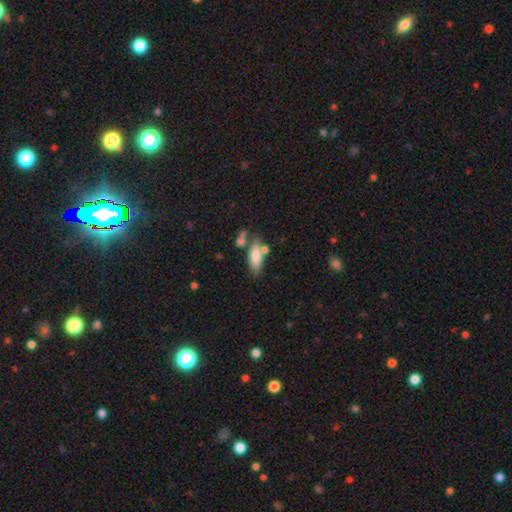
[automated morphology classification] The model was most divided on "merging": none: 51%, merger: 25%, minor disturbance: 17%, major disturbance: 7%. More confident: smooth or featured — smooth (77%); how rounded — in between (63%).